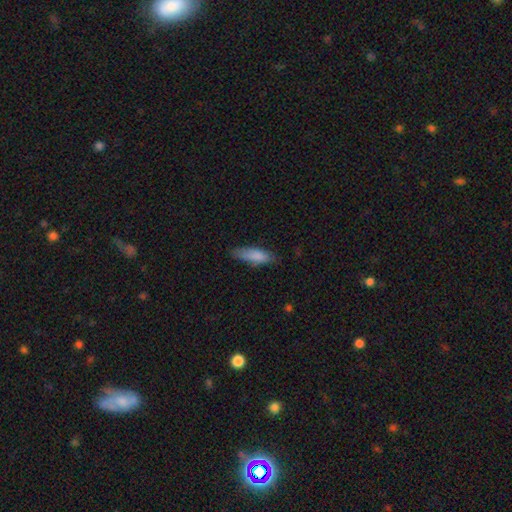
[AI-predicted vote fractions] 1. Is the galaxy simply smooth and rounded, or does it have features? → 83% smooth, 11% featured or disk, 6% star or artifact.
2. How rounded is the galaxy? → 53% cigar-shaped, 45% in between, 2% round.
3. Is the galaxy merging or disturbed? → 75% none, 20% minor disturbance, 4% major disturbance, 1% merger.